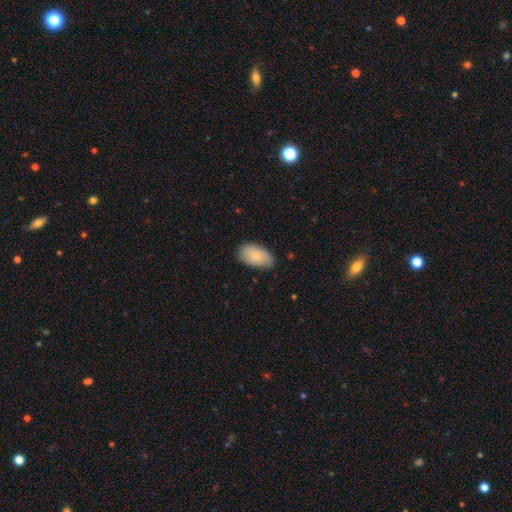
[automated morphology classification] This appears to be a smooth galaxy with no disk features (77%) that is in between round and cigar-shaped (94%). Merging: none (74%).